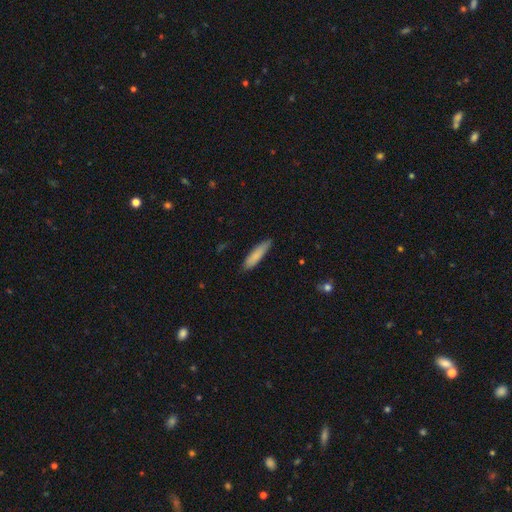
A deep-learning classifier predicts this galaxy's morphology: smooth_or_featured: smooth (p=0.84) [alt: featured or disk p=0.11]
how_rounded: cigar-shaped (p=0.78) [alt: in between p=0.21]
merging: none (p=0.82) [alt: minor disturbance p=0.15]